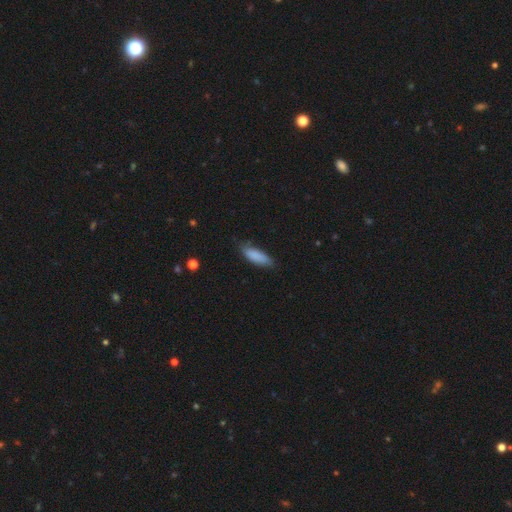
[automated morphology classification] Smooth or featured: smooth — 86% (featured or disk — 8%)
How rounded: in between — 60% (cigar-shaped — 38%)
Merging: none — 71% (minor disturbance — 23%)